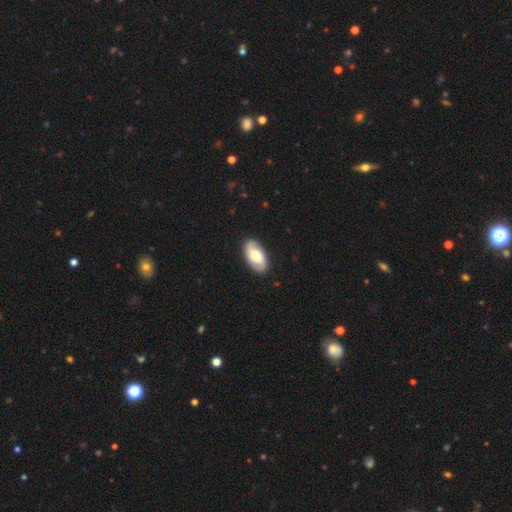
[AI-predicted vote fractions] smooth_or_featured: featured or disk (p=0.49) [alt: smooth p=0.46]
merging: none (p=0.87) [alt: minor disturbance p=0.10]